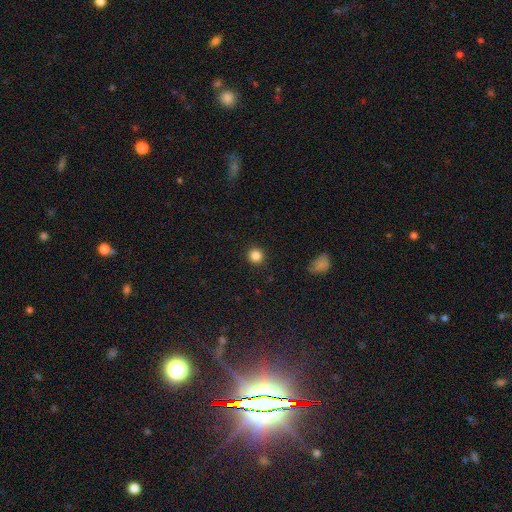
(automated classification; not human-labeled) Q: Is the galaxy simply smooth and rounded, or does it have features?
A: smooth — 85%.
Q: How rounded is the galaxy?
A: round — 94%.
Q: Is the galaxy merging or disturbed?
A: none — 92%.